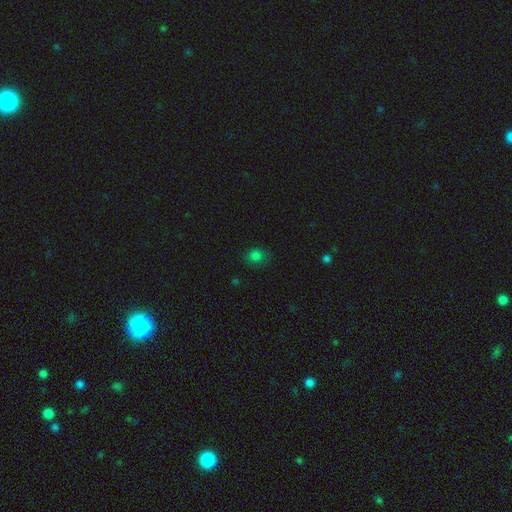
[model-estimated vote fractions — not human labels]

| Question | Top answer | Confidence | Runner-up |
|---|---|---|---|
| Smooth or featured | smooth | 78% | star or artifact (17%) |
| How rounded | round | 52% | in between (47%) |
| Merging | none | 77% | minor disturbance (17%) |